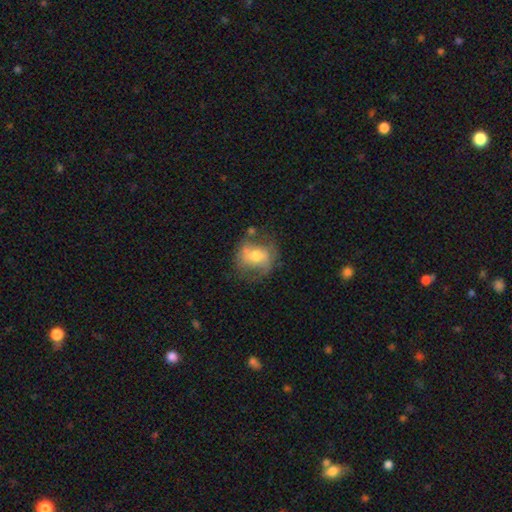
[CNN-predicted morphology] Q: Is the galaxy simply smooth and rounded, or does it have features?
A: featured or disk — 57%.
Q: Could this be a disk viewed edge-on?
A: no — 96%.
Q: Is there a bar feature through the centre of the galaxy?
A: no — 46%.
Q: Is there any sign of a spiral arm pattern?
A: yes — 72%.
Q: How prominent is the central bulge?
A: moderate — 68%.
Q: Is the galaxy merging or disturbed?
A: none — 58%.